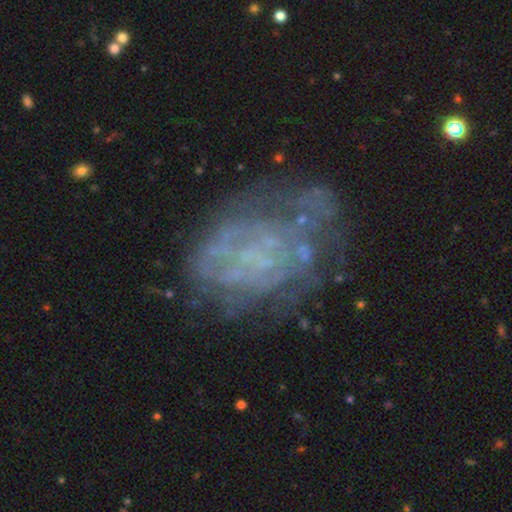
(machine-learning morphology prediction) smooth_or_featured: featured or disk (p=0.63) [alt: smooth p=0.20]
disk_edge_on: no (p=0.97) [alt: yes p=0.03]
bar: no (p=0.89) [alt: weak p=0.08]
has_spiral_arms: no (p=0.73) [alt: yes p=0.27]
bulge_size: none (p=0.80) [alt: small p=0.12]
merging: none (p=0.47) [alt: major disturbance p=0.26]